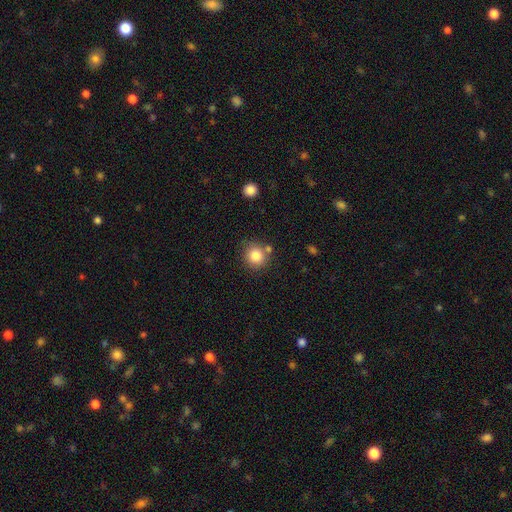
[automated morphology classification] type=smooth (83%); roundness=round (90%); merging=none (74%).